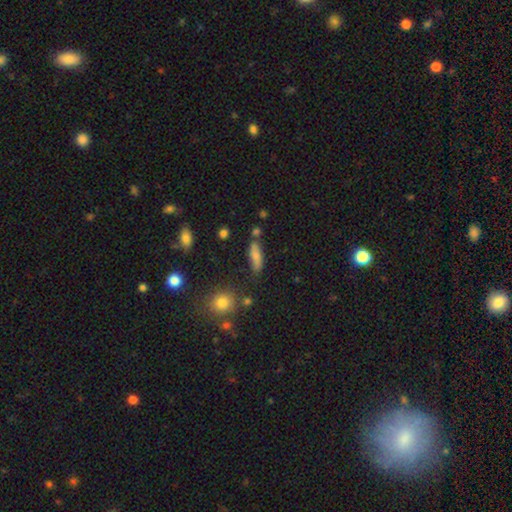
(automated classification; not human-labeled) Morphology: type=smooth (72%); roundness=in between (50%); merging=none (70%).